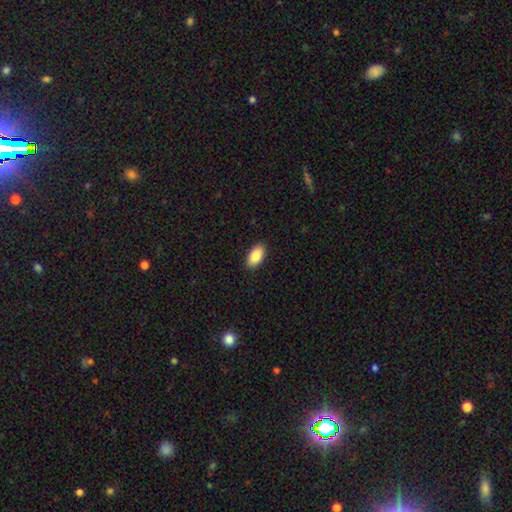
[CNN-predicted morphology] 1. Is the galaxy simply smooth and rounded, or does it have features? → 86% smooth, 7% star or artifact, 7% featured or disk.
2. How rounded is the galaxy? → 94% in between, 3% round, 3% cigar-shaped.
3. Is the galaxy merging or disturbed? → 90% none, 8% minor disturbance, 2% major disturbance, 1% merger.